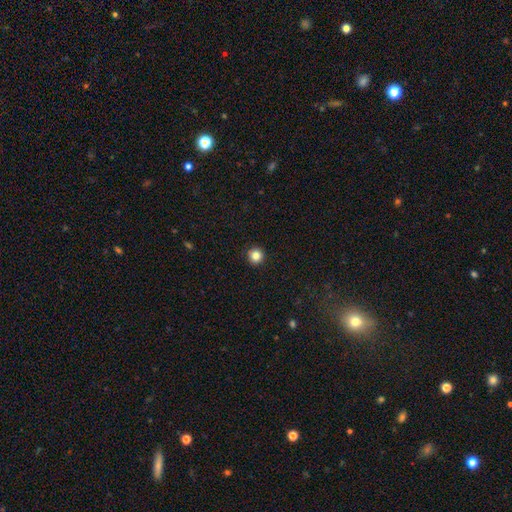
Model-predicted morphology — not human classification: Smooth or featured?
  - smooth: 83% *
  - star or artifact: 11%
  - featured or disk: 5%
How rounded?
  - round: 96% *
  - in between: 3%
  - cigar-shaped: 1%
Merging?
  - none: 93% *
  - minor disturbance: 4%
  - major disturbance: 1%
  - merger: 1%